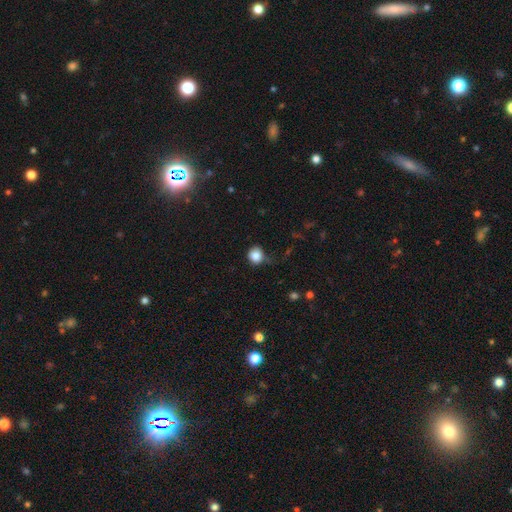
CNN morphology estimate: Smooth or featured? smooth (84%)
How rounded? round (85%)
Merging? none (60%)